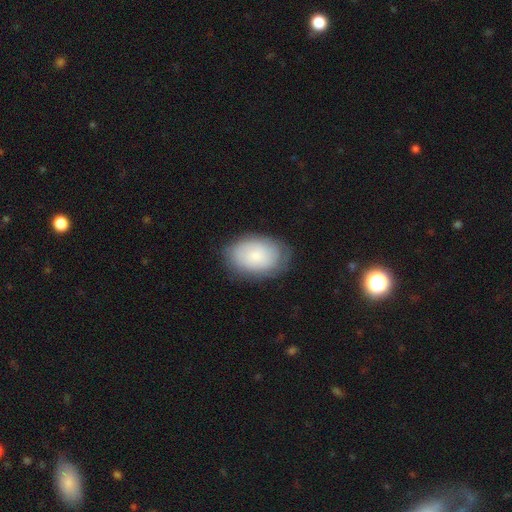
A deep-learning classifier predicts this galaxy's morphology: This appears to be a smooth galaxy with no disk features (74%) that is in between round and cigar-shaped (87%). Merging: none (79%).